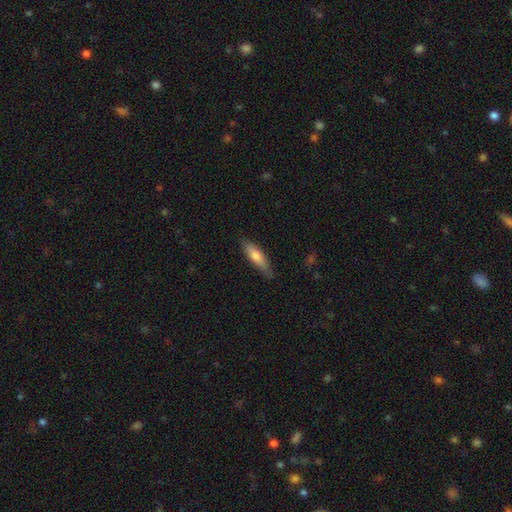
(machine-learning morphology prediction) Q: Smooth or featured?
A: smooth (74%); runner-up: featured or disk (21%)
Q: How rounded?
A: cigar-shaped (65%); runner-up: in between (33%)
Q: Merging?
A: none (78%); runner-up: minor disturbance (18%)